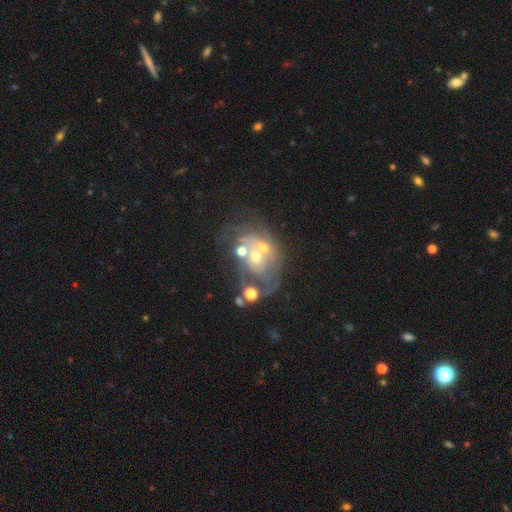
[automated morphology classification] A featured or disk galaxy (70%) with no bar (84%), no spiral arms (51%) and a moderate central bulge (44%). Merging: merger (31%).